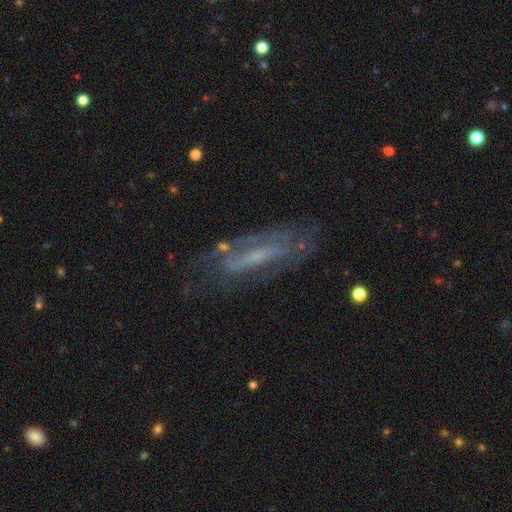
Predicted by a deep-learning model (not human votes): Smooth or featured? featured or disk (68%)
Edge-on disk? no (69%)
Merging? none (62%)